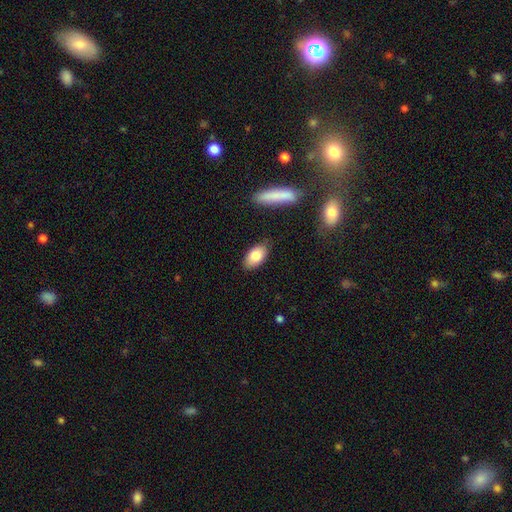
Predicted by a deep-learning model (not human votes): Smooth or featured?
  - smooth: 82% *
  - featured or disk: 12%
  - star or artifact: 7%
How rounded?
  - in between: 92% *
  - round: 5%
  - cigar-shaped: 3%
Merging?
  - none: 83% *
  - minor disturbance: 13%
  - major disturbance: 3%
  - merger: 2%